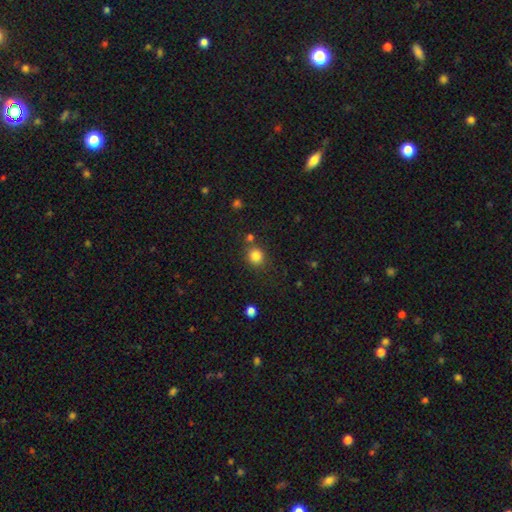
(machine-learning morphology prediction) smooth 84%, star or artifact 12%, featured or disk 5%. Down the decision tree: how rounded — round (85%); merging — none (77%).